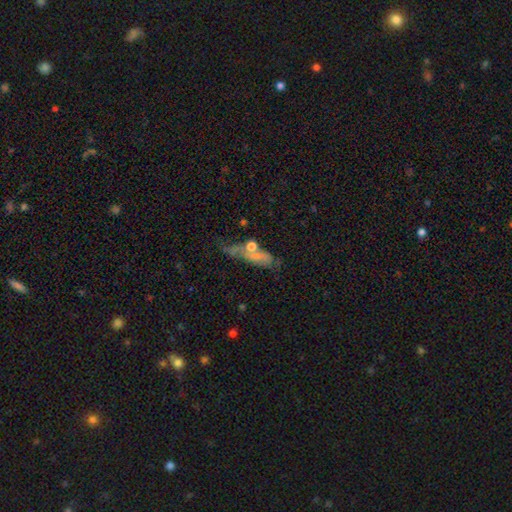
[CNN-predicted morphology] The model was most divided on "smooth or featured": featured or disk: 46%, smooth: 36%, star or artifact: 17%. Remaining: merging — none (41%).